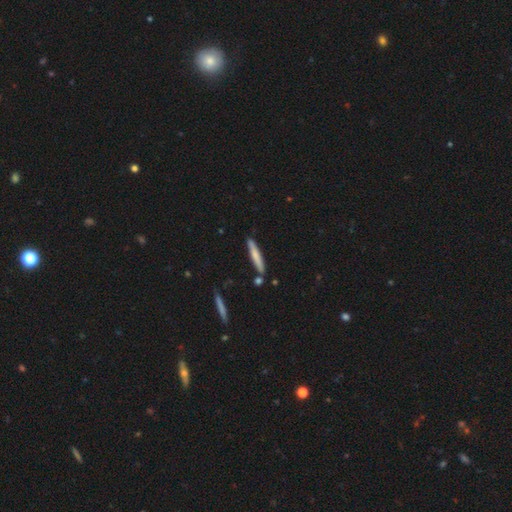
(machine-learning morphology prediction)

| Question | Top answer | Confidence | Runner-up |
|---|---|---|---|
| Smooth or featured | smooth | 68% | featured or disk (27%) |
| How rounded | cigar-shaped | 94% | in between (5%) |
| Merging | none | 82% | minor disturbance (10%) |